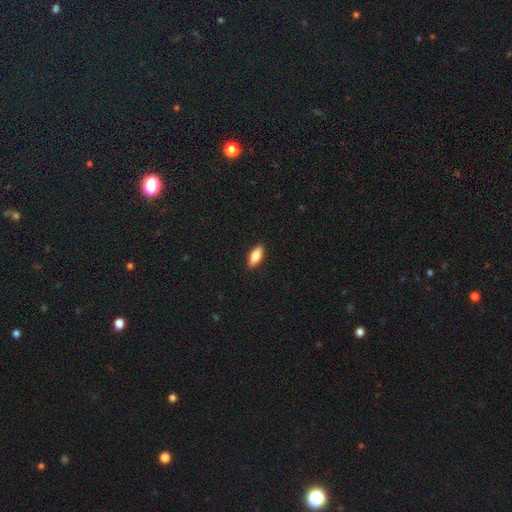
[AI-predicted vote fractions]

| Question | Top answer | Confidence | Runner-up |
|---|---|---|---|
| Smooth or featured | smooth | 70% | featured or disk (24%) |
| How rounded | in between | 68% | cigar-shaped (29%) |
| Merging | none | 90% | minor disturbance (7%) |